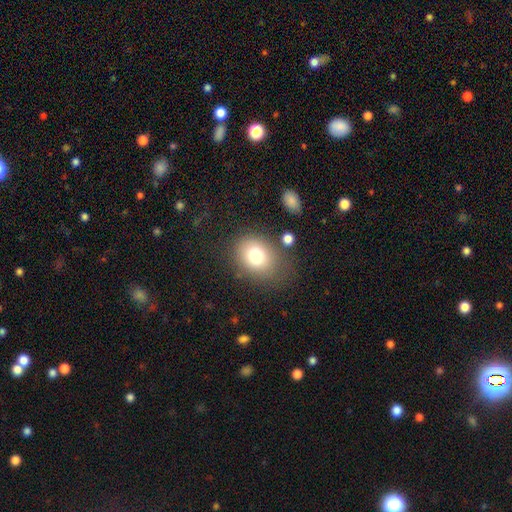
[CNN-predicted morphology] smooth 79%, featured or disk 11%, star or artifact 10%. Down the decision tree: how rounded — in between (53%); merging — none (69%).